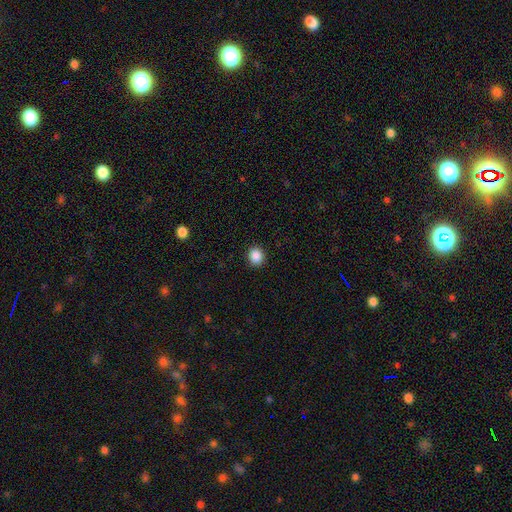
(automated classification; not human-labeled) smooth_or_featured: smooth (p=0.87) [alt: star or artifact p=0.10]
how_rounded: round (p=0.83) [alt: in between p=0.16]
merging: none (p=0.92) [alt: minor disturbance p=0.05]